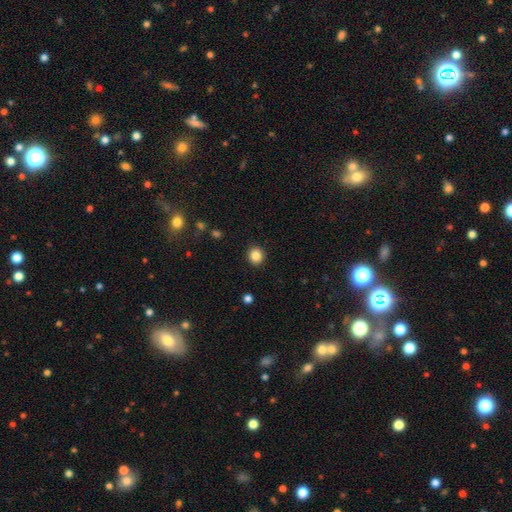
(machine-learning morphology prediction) Q: Smooth or featured?
A: smooth (85%); runner-up: star or artifact (10%)
Q: How rounded?
A: round (90%); runner-up: in between (9%)
Q: Merging?
A: none (92%); runner-up: minor disturbance (5%)